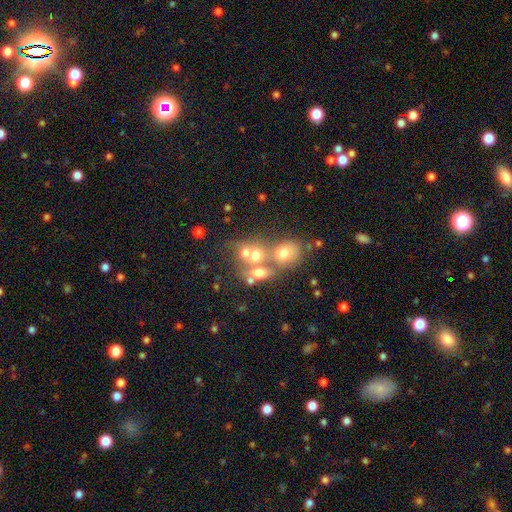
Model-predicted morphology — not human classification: Q: Smooth or featured?
A: smooth (61%); runner-up: featured or disk (22%)
Q: How rounded?
A: round (66%); runner-up: in between (32%)
Q: Merging?
A: merger (53%); runner-up: none (32%)